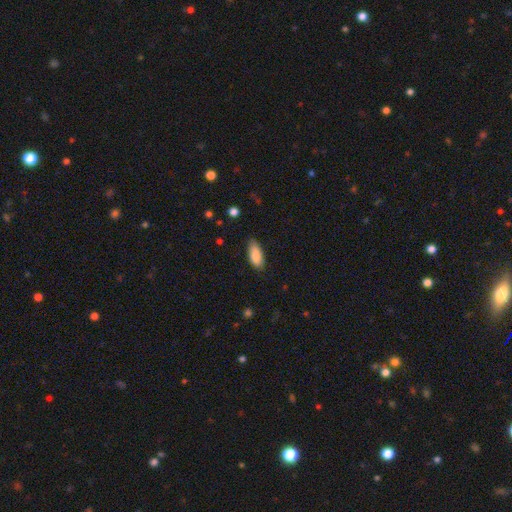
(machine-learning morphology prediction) Q: Smooth or featured?
A: smooth (88%); runner-up: featured or disk (6%)
Q: How rounded?
A: in between (83%); runner-up: cigar-shaped (15%)
Q: Merging?
A: none (77%); runner-up: minor disturbance (19%)